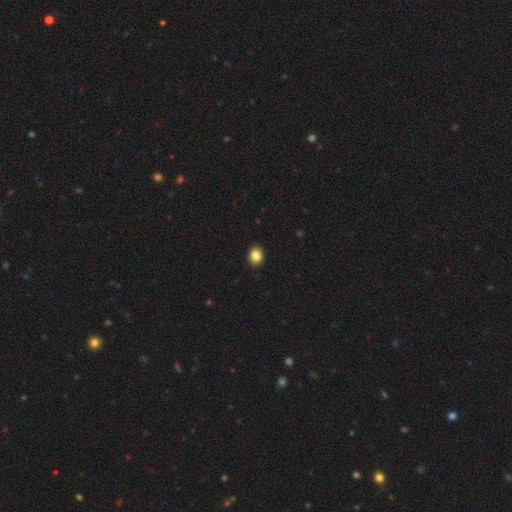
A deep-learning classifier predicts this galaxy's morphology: smooth 85%, star or artifact 10%, featured or disk 5%. Down the decision tree: how rounded — round (57%); merging — none (92%).